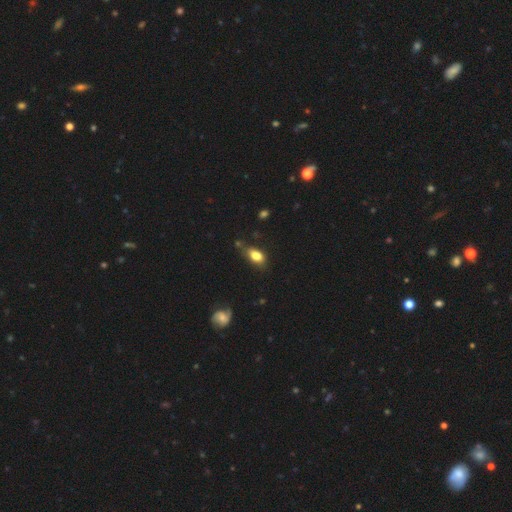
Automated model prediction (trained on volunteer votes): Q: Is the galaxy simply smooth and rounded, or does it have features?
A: smooth — 81%.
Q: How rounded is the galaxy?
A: in between — 86%.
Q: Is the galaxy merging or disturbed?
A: none — 60%.